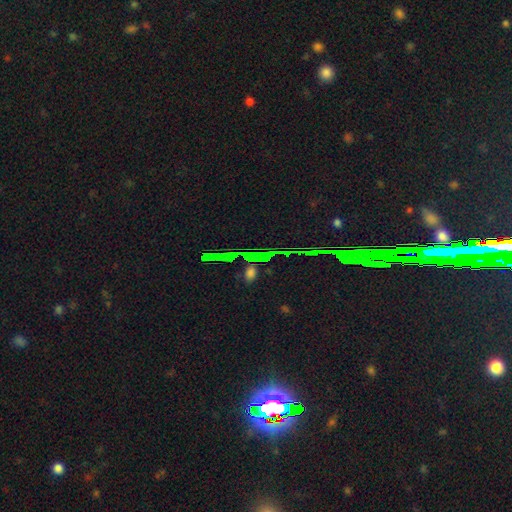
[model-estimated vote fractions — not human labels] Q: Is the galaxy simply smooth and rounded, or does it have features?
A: star or artifact — 68%.